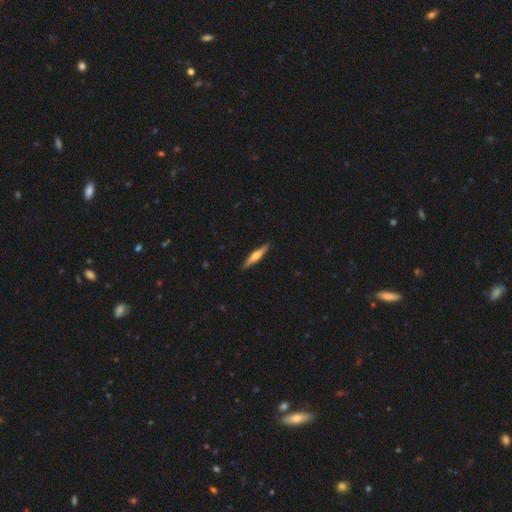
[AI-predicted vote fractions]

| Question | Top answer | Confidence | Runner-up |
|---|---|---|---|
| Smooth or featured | featured or disk | 53% | smooth (42%) |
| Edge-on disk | yes | 96% | no (4%) |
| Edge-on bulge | rounded | 85% | none (8%) |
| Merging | none | 91% | minor disturbance (7%) |